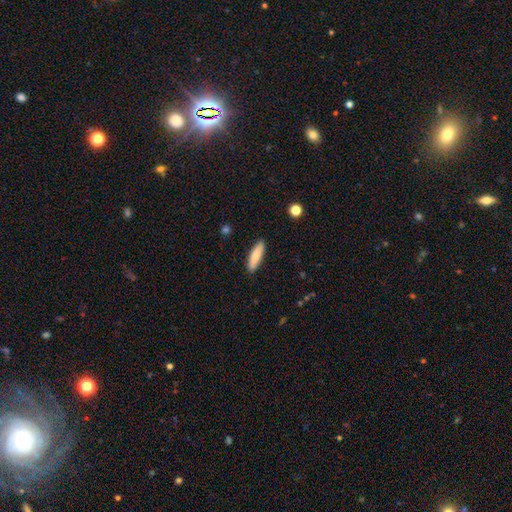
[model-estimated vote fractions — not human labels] A smooth galaxy with no disk features (80%) that is cigar-shaped (64%).

Vote fractions:
- Smooth or featured? smooth: 80% / featured or disk: 14% / star or artifact: 6%
- How rounded? cigar-shaped: 64% / in between: 35% / round: 2%
- Merging? none: 89% / minor disturbance: 8% / major disturbance: 2% / merger: 1%